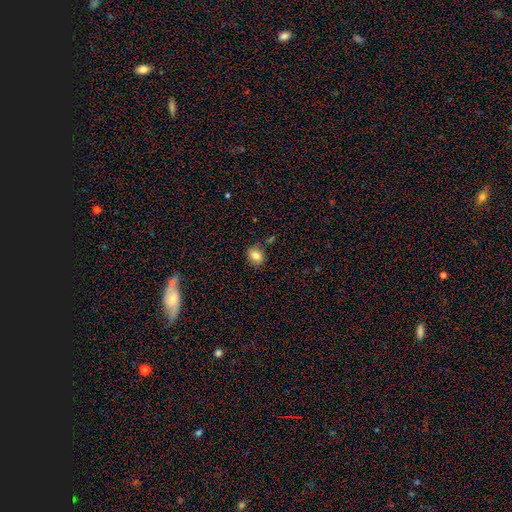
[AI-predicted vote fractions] Morphology: type=smooth (82%); roundness=round (52%); merging=none (80%).